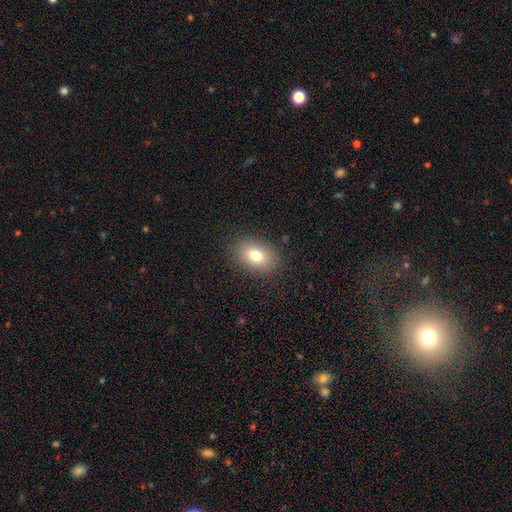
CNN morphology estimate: type=smooth (78%); roundness=in between (79%); merging=none (87%).